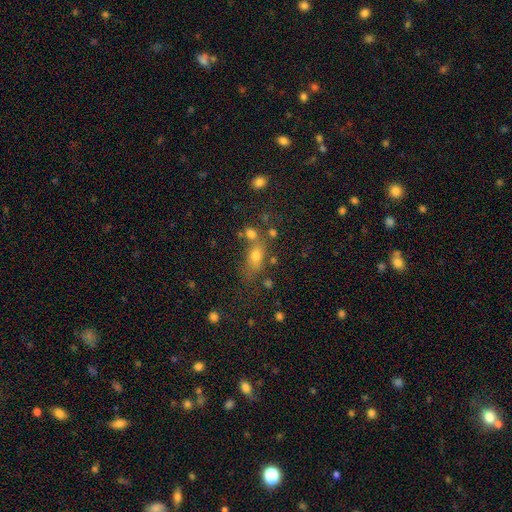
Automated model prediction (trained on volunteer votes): A smooth galaxy with no disk features (65%) that is in between round and cigar-shaped (65%). Merging: none (49%).